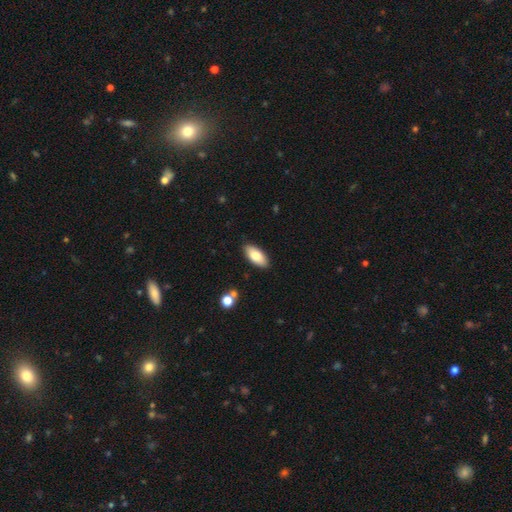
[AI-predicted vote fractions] Q: Smooth or featured?
A: smooth (80%); runner-up: featured or disk (13%)
Q: How rounded?
A: in between (89%); runner-up: cigar-shaped (9%)
Q: Merging?
A: none (88%); runner-up: minor disturbance (9%)